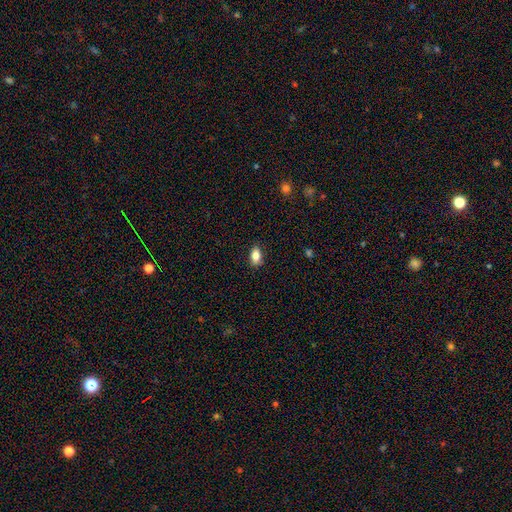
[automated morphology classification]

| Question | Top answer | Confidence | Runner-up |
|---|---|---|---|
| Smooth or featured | smooth | 83% | star or artifact (9%) |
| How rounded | in between | 88% | round (9%) |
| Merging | none | 87% | minor disturbance (10%) |